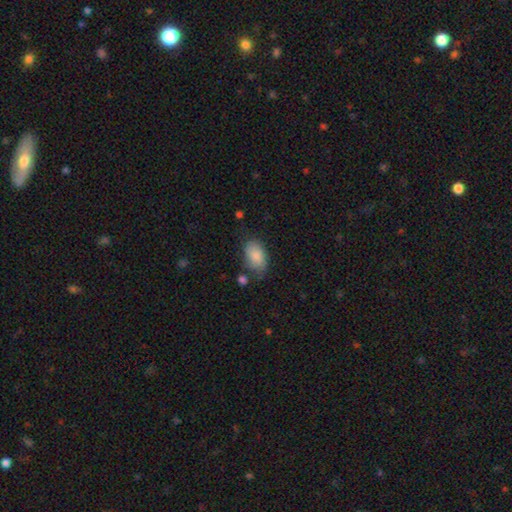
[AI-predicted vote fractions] The model was most divided on "merging": none: 61%, minor disturbance: 27%, major disturbance: 8%, merger: 5%. More confident: how rounded — in between (91%); smooth or featured — smooth (84%).